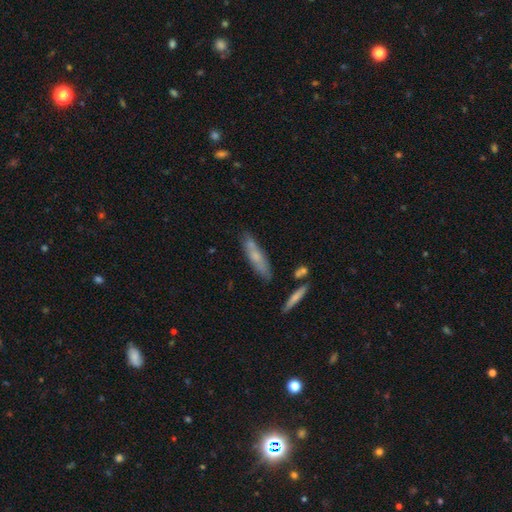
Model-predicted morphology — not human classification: Smooth or featured?
  - smooth: 60% *
  - featured or disk: 33%
  - star or artifact: 7%
How rounded?
  - cigar-shaped: 78% *
  - in between: 20%
  - round: 2%
Merging?
  - none: 72% *
  - minor disturbance: 17%
  - merger: 7%
  - major disturbance: 4%